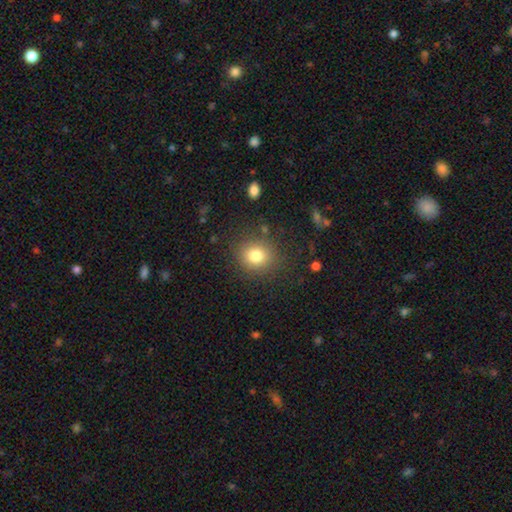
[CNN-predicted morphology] This is likely a smooth galaxy (80%). How rounded: clearly round (82%). Merging: clearly none (84%).